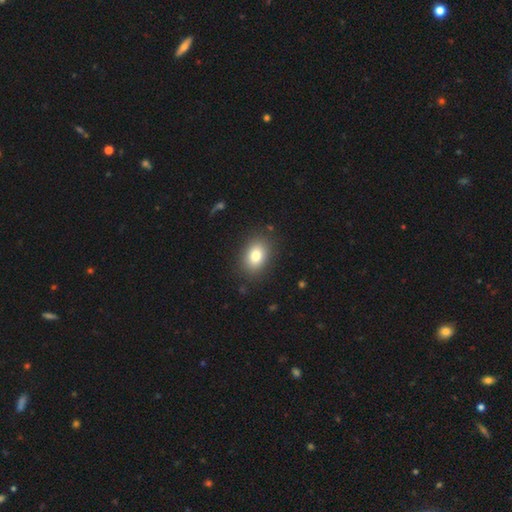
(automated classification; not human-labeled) Overall: smooth (81%). How rounded: in between (75%). Merging: none (86%).